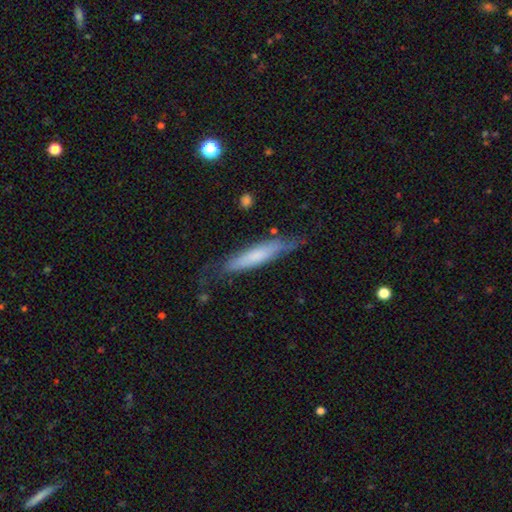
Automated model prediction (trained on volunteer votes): This is possibly a smooth galaxy (60%). How rounded: clearly cigar-shaped (85%). Merging: likely none (66%).